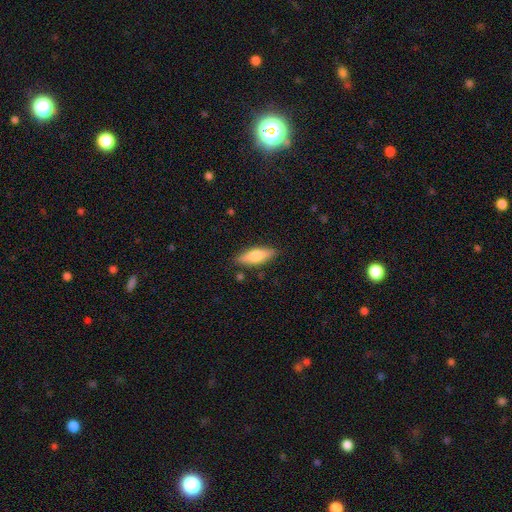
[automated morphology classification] This appears to be a smooth galaxy with no disk features (69%) that is in between round and cigar-shaped (58%). Merging: none (85%).